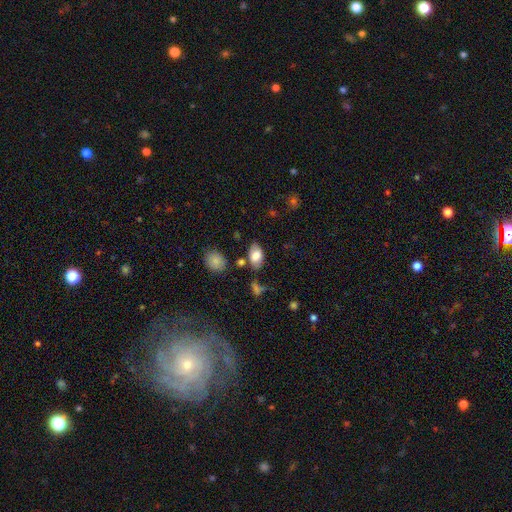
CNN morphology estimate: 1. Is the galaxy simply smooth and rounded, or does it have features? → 77% smooth, 15% featured or disk, 8% star or artifact.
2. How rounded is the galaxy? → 92% in between, 6% round, 2% cigar-shaped.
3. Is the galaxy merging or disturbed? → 71% none, 18% minor disturbance, 7% merger, 5% major disturbance.